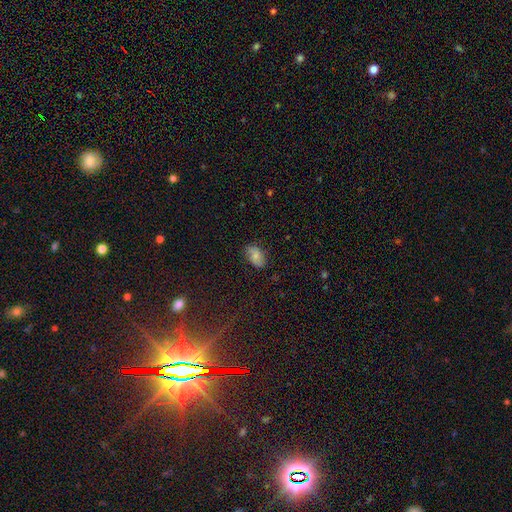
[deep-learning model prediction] Smooth or featured? smooth (66%)
How rounded? in between (88%)
Merging? none (75%)